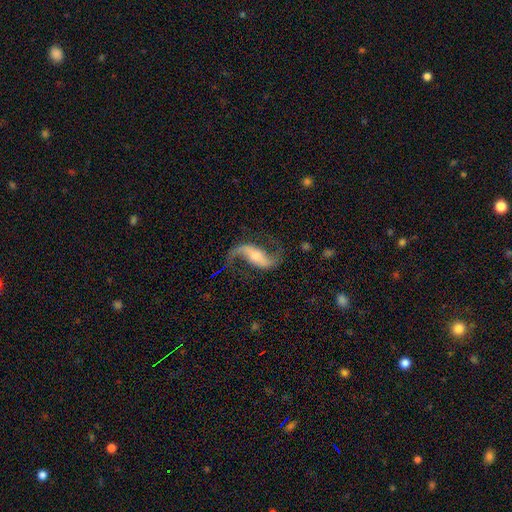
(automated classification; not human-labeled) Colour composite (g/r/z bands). It shows a featured or disk galaxy (90%) with a strong bar (40%), 2 (93%) loose (79%) spiral arms (97%) and a moderate central bulge (46%). Merging: none (76%).